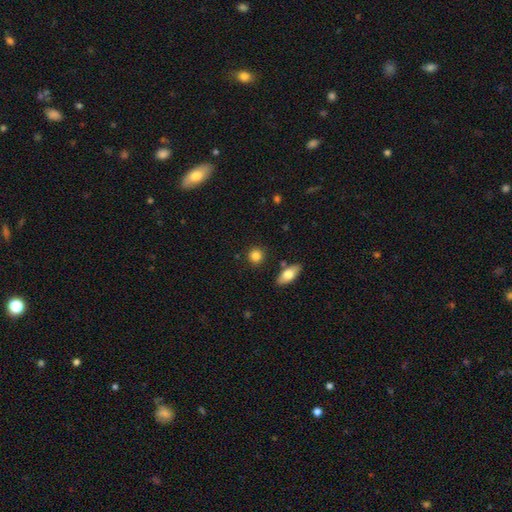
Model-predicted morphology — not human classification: Smooth or featured? smooth (84%)
How rounded? round (86%)
Merging? none (86%)